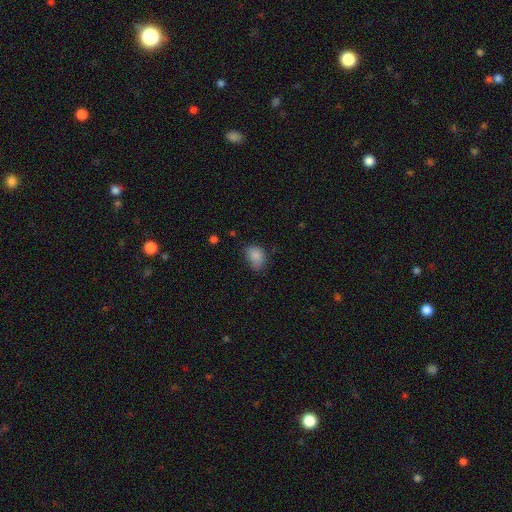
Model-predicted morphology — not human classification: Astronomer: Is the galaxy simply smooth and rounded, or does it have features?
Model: smooth — 84%.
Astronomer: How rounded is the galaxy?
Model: in between — 73%.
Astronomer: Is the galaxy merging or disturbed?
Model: none — 52% (runner-up: minor disturbance, 36%).